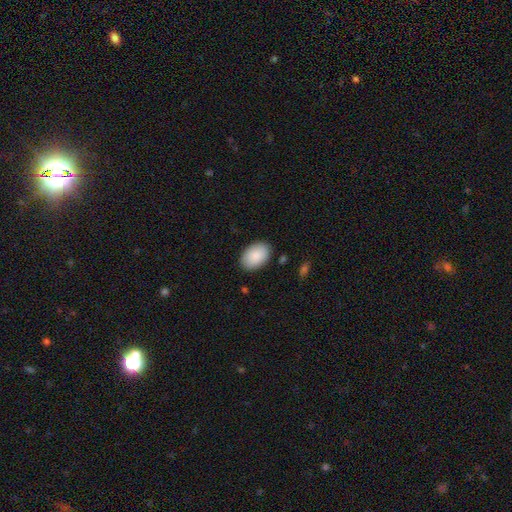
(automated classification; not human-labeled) A smooth galaxy with no disk features (90%) that is in between round and cigar-shaped (90%).

Vote fractions:
- Smooth or featured? smooth: 90% / star or artifact: 6% / featured or disk: 4%
- How rounded? in between: 90% / round: 9% / cigar-shaped: 1%
- Merging? none: 87% / minor disturbance: 10% / major disturbance: 2% / merger: 1%